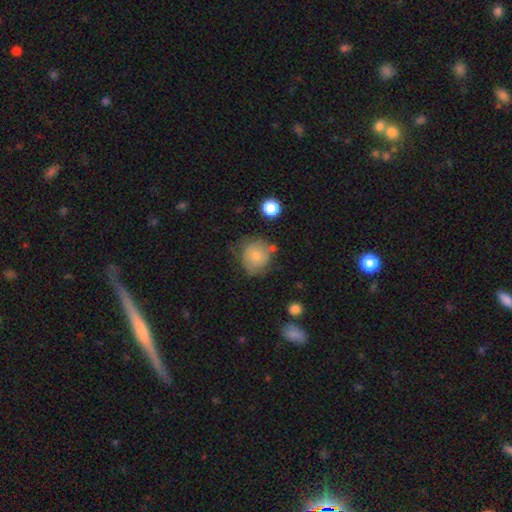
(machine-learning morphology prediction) smooth_or_featured: smooth (p=0.69) [alt: featured or disk p=0.24]
how_rounded: round (p=0.81) [alt: in between p=0.18]
merging: none (p=0.57) [alt: minor disturbance p=0.27]